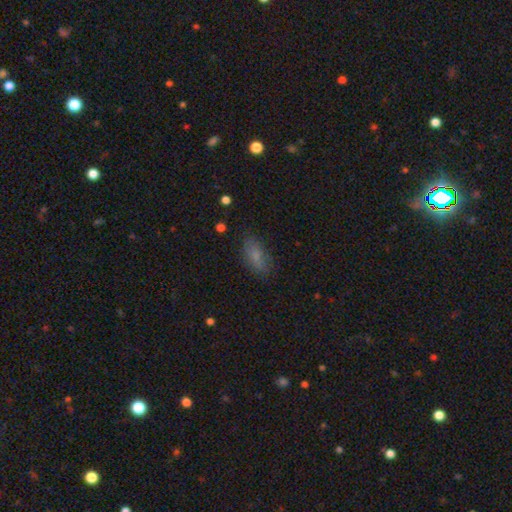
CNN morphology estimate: Overall: smooth (76%). How rounded: in between (82%). Merging: none (78%).